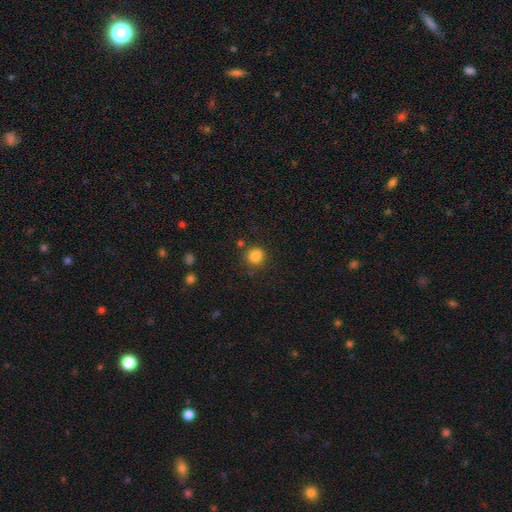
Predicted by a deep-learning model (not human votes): Smooth or featured? Predicted: smooth (p=0.84). How rounded? Predicted: round (p=0.78). Merging? Predicted: none (p=0.77).